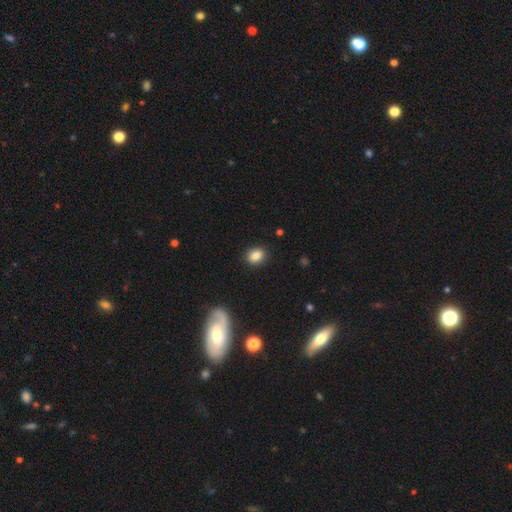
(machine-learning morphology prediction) smooth-or-featured: smooth: 85% | star or artifact: 9% | featured or disk: 5%
  how-rounded: in between: 53% | round: 46% | cigar-shaped: 1%
  merging: none: 88% | minor disturbance: 9% | major disturbance: 2% | merger: 1%